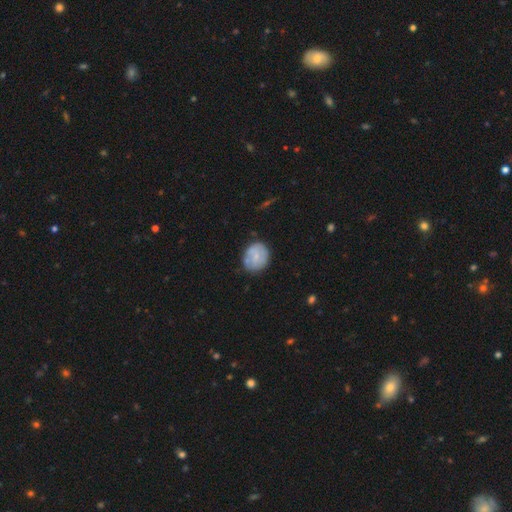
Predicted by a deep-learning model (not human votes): smooth 62%, featured or disk 32%, star or artifact 7%. Down the decision tree: how rounded — round (77%); merging — none (71%).